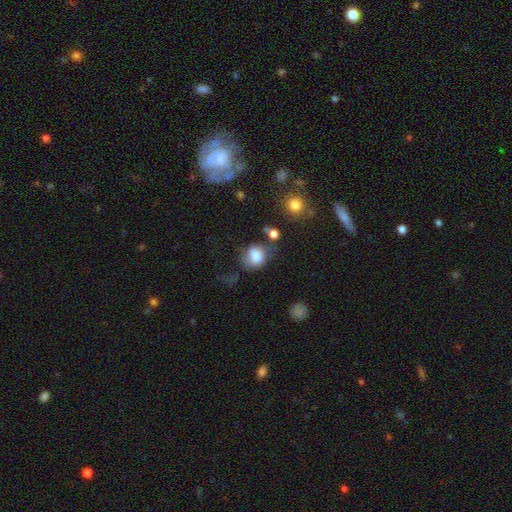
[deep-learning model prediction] smooth-or-featured: smooth: 74% | featured or disk: 16% | star or artifact: 10%
  how-rounded: in between: 51% | round: 48% | cigar-shaped: 1%
  merging: none: 43% | minor disturbance: 26% | major disturbance: 19% | merger: 12%